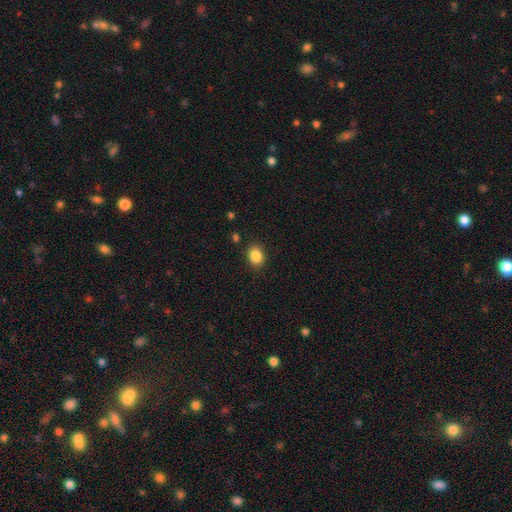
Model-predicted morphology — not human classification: Smooth or featured: smooth — 86% (star or artifact — 9%)
How rounded: in between — 61% (round — 38%)
Merging: none — 87% (minor disturbance — 9%)